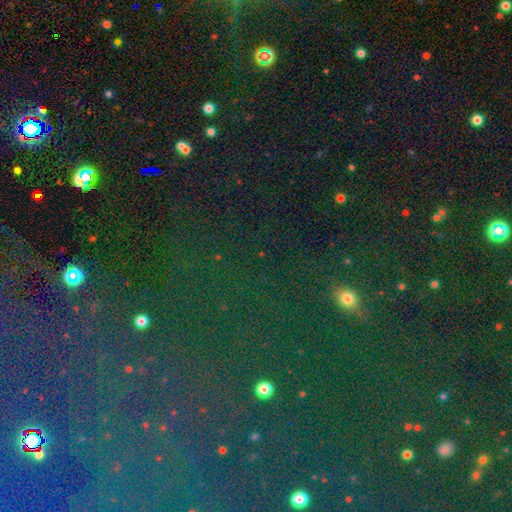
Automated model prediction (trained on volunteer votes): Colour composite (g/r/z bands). It shows a star or artifact, not a galaxy (73%).